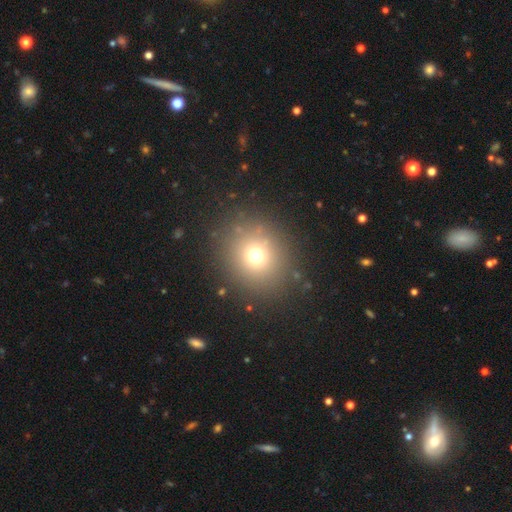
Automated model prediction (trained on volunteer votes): This is likely a smooth galaxy (69%). How rounded: clearly round (83%). Merging: clearly none (86%).